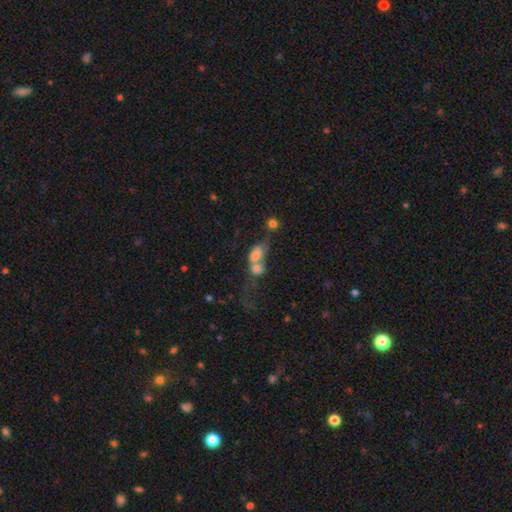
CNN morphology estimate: The model was most divided on "how rounded": in between: 68%, round: 28%, cigar-shaped: 4%. More confident: merging — merger (72%); smooth or featured — smooth (67%).